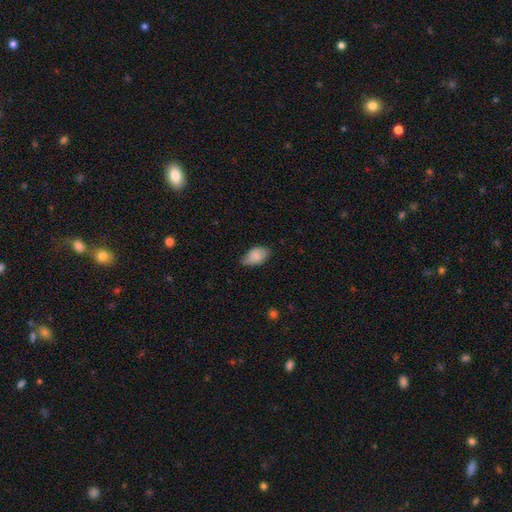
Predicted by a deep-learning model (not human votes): The model was most divided on "merging": none: 60%, minor disturbance: 33%, major disturbance: 6%, merger: 1%. More confident: how rounded — in between (92%); smooth or featured — smooth (81%).